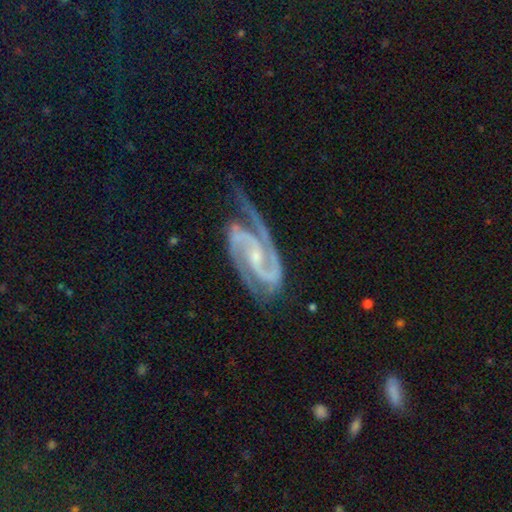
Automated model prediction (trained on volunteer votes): A featured or disk galaxy (94%) with no bar (39%), 2 (90%) medium (55%) spiral arms (99%) and a small central bulge (69%). Merging: none (60%).